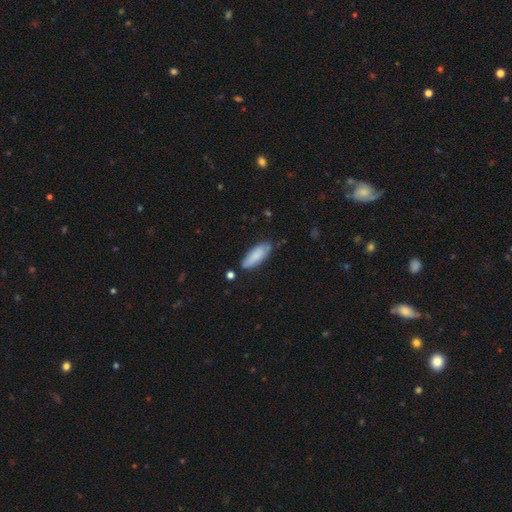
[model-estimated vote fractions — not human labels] Overall: smooth (83%). How rounded: in between (63%; cigar-shaped 36%). Merging: none (74%).